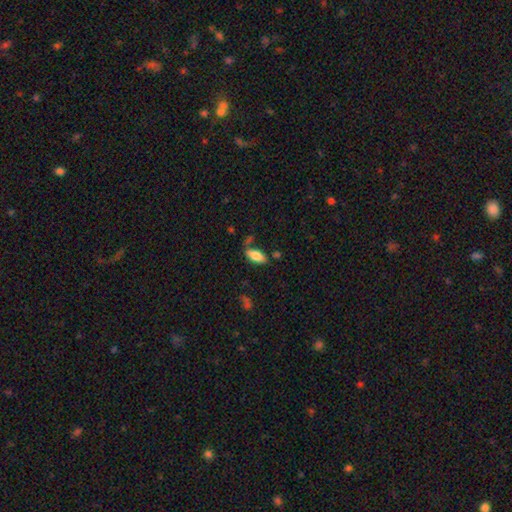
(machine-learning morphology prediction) A smooth galaxy with no disk features (80%) that is in between round and cigar-shaped (85%).

Vote fractions:
- Smooth or featured? smooth: 80% / featured or disk: 13% / star or artifact: 7%
- How rounded? in between: 85% / cigar-shaped: 13% / round: 2%
- Merging? none: 74% / minor disturbance: 15% / merger: 6% / major disturbance: 4%